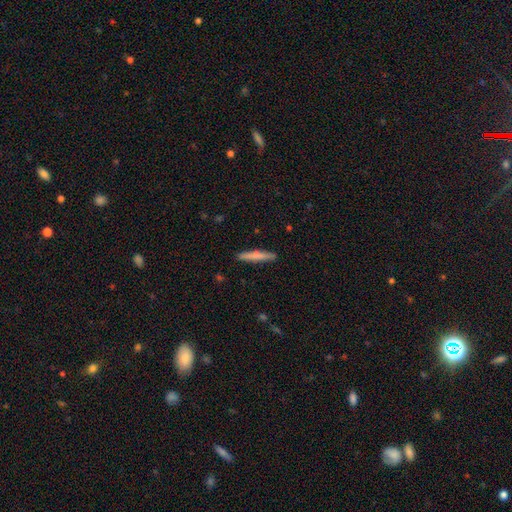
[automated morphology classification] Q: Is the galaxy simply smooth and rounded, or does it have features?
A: smooth — 72%.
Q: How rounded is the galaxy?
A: cigar-shaped — 94%.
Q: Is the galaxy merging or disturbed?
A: none — 89%.